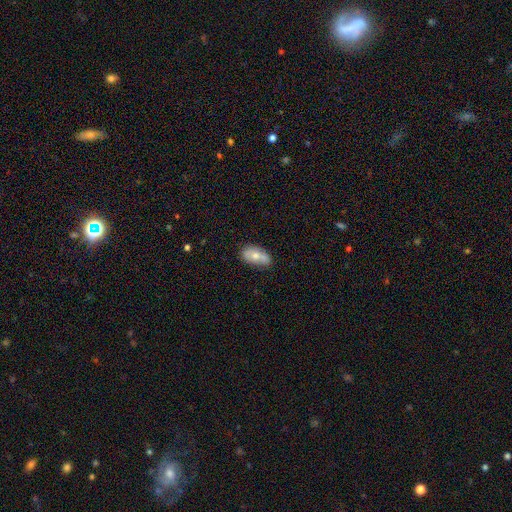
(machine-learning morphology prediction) Q: Smooth or featured?
A: smooth (61%); runner-up: featured or disk (31%)
Q: How rounded?
A: in between (90%); runner-up: round (7%)
Q: Merging?
A: none (60%); runner-up: minor disturbance (24%)